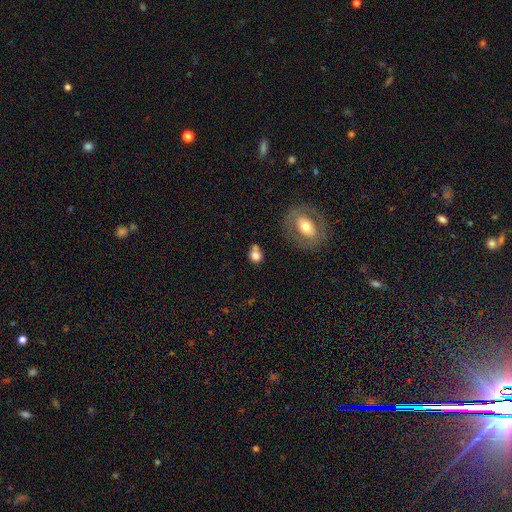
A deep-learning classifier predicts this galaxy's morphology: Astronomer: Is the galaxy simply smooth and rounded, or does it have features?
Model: smooth — 76%.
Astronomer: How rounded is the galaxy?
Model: round — 59% (runner-up: in between, 39%).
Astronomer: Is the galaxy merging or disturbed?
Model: none — 51%.